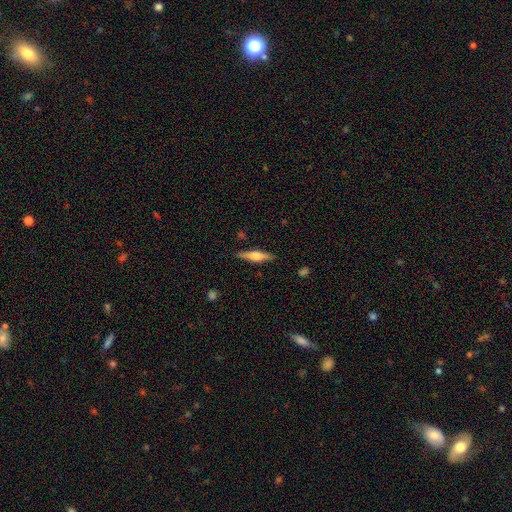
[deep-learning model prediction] Smooth or featured? featured or disk (59%)
Edge-on disk? yes (97%)
Edge-on bulge? rounded (87%)
Merging? none (88%)